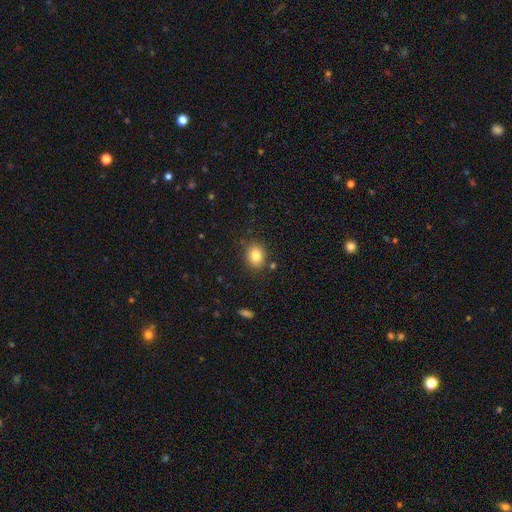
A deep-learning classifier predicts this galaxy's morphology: smooth_or_featured: smooth (p=0.82) [alt: star or artifact p=0.10]
how_rounded: in between (p=0.51) [alt: round p=0.48]
merging: none (p=0.83) [alt: minor disturbance p=0.11]